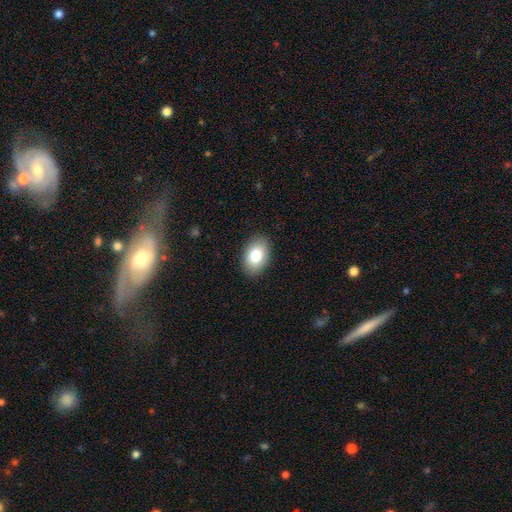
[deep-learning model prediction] A smooth galaxy with no disk features (84%) that is in between round and cigar-shaped (89%).

Vote fractions:
- Smooth or featured? smooth: 84% / featured or disk: 9% / star or artifact: 7%
- How rounded? in between: 89% / round: 10% / cigar-shaped: 1%
- Merging? none: 88% / minor disturbance: 9% / major disturbance: 2% / merger: 1%